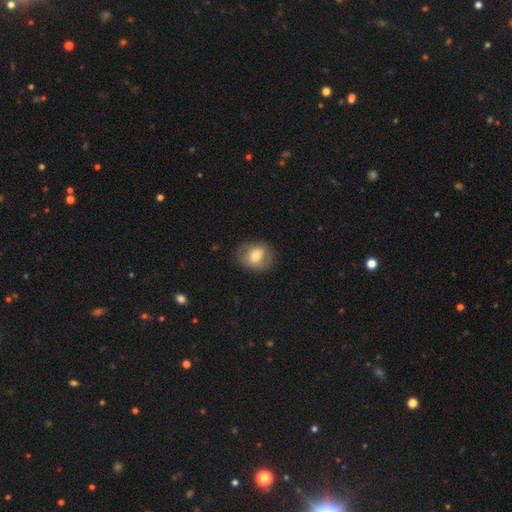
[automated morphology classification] smooth-or-featured: smooth: 66% | featured or disk: 25% | star or artifact: 8%
  how-rounded: round: 51% | in between: 48% | cigar-shaped: 1%
  merging: none: 78% | minor disturbance: 15% | major disturbance: 6% | merger: 1%